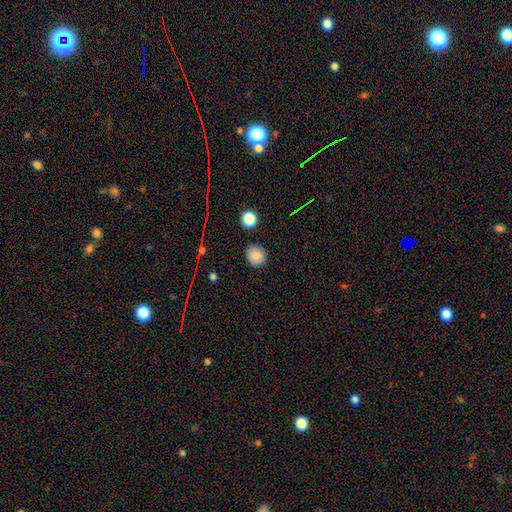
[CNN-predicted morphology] Smooth or featured?
  - smooth: 84% *
  - star or artifact: 11%
  - featured or disk: 5%
How rounded?
  - round: 86% *
  - in between: 13%
  - cigar-shaped: 1%
Merging?
  - none: 88% *
  - minor disturbance: 8%
  - major disturbance: 2%
  - merger: 2%